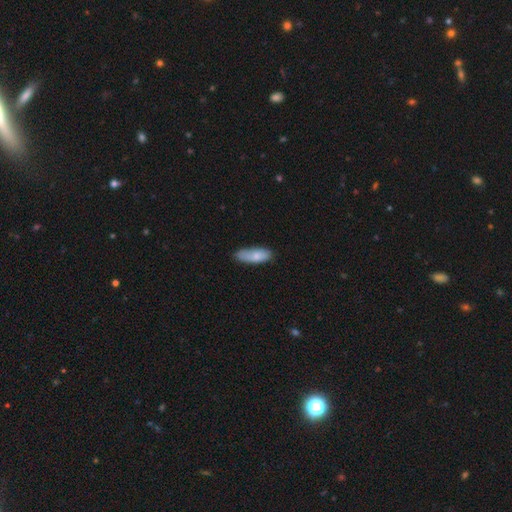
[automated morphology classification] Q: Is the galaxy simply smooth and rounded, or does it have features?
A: smooth — 80%.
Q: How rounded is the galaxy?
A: in between — 65%.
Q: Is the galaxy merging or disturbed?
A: none — 68%.